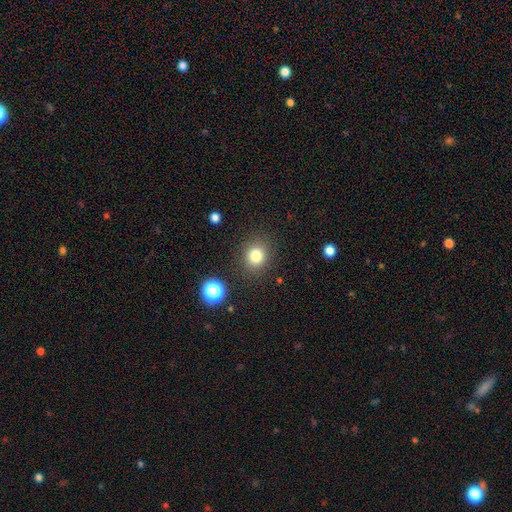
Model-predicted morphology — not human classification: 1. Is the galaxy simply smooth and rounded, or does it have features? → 81% smooth, 13% star or artifact, 6% featured or disk.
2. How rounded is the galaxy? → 79% round, 20% in between, 1% cigar-shaped.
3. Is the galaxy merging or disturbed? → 85% none, 9% minor disturbance, 4% major disturbance, 2% merger.